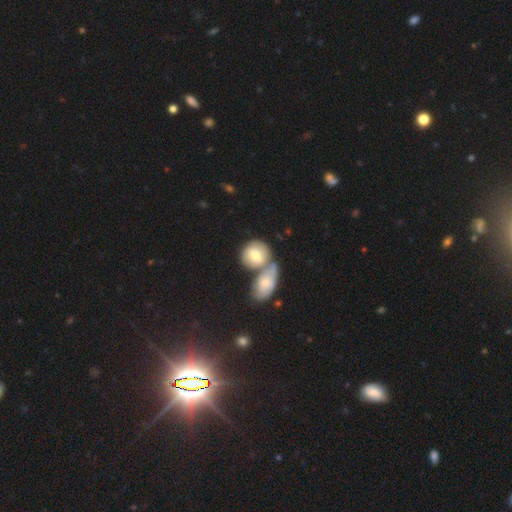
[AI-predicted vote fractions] This is likely a smooth galaxy (61%). How rounded: likely round (64%). Merging: possibly merger (58%).